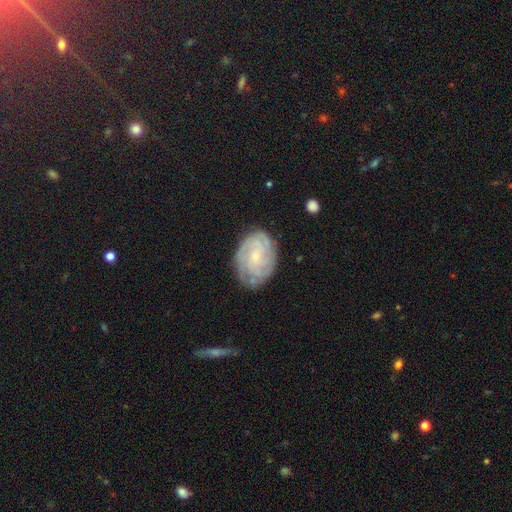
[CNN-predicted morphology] Smooth or featured?
  - featured or disk: 74% *
  - smooth: 17%
  - star or artifact: 9%
Edge-on disk?
  - no: 97% *
  - yes: 3%
Bar?
  - no: 65% *
  - weak: 29%
  - strong: 5%
Spiral arms?
  - yes: 94% *
  - no: 6%
Spiral winding?
  - tight: 69% *
  - medium: 25%
  - loose: 6%
Spiral arm count?
  - can't tell: 39% *
  - 3: 18%
  - 2: 17%
  - 4: 15%
  - more than 4: 6%
  - 1: 6%
Bulge size?
  - small: 72% *
  - moderate: 22%
  - none: 4%
  - large: 1%
  - dominant: 1%
Merging?
  - none: 76% *
  - minor disturbance: 18%
  - major disturbance: 5%
  - merger: 1%